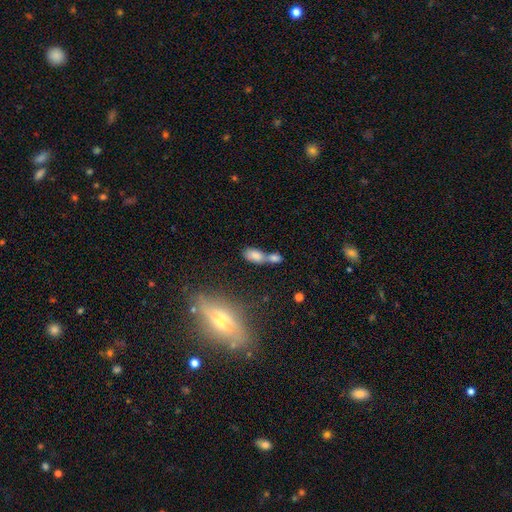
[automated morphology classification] smooth_or_featured: smooth (p=0.75) [alt: featured or disk p=0.14]
how_rounded: in between (p=0.85) [alt: cigar-shaped p=0.09]
merging: merger (p=0.64) [alt: none p=0.21]